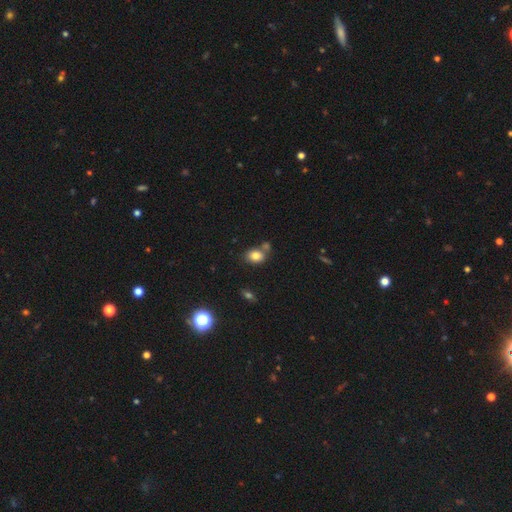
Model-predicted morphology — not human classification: A smooth galaxy with no disk features (81%) that is in between round and cigar-shaped (68%). Merging: none (60%).